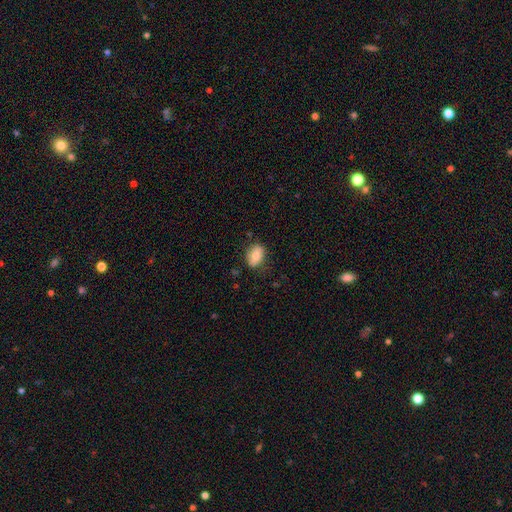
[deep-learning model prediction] Q: Smooth or featured?
A: smooth (77%); runner-up: featured or disk (16%)
Q: How rounded?
A: in between (82%); runner-up: round (16%)
Q: Merging?
A: none (76%); runner-up: minor disturbance (18%)